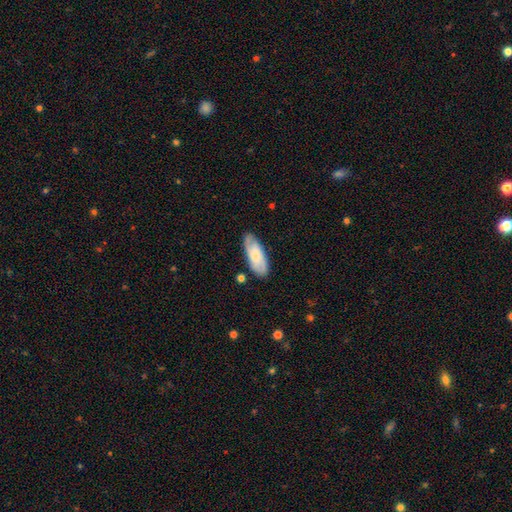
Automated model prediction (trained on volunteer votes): Morphology: type=smooth (60%); roundness=in between (77%); merging=none (78%).